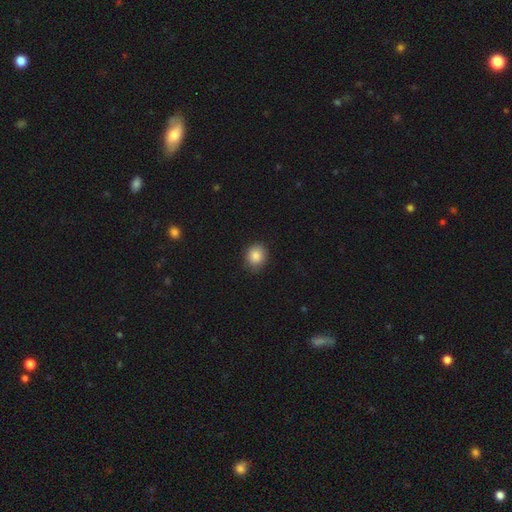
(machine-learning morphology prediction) A smooth galaxy with no disk features (87%) that is round (74%). Merging: none (86%).